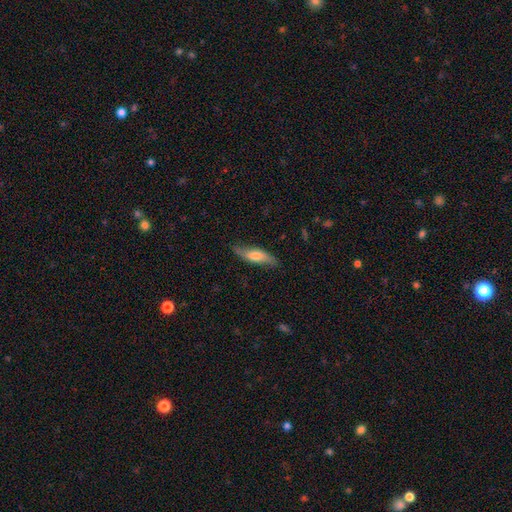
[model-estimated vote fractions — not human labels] Smooth or featured: smooth — 57% (featured or disk — 37%)
How rounded: cigar-shaped — 54% (in between — 44%)
Merging: none — 77% (minor disturbance — 19%)